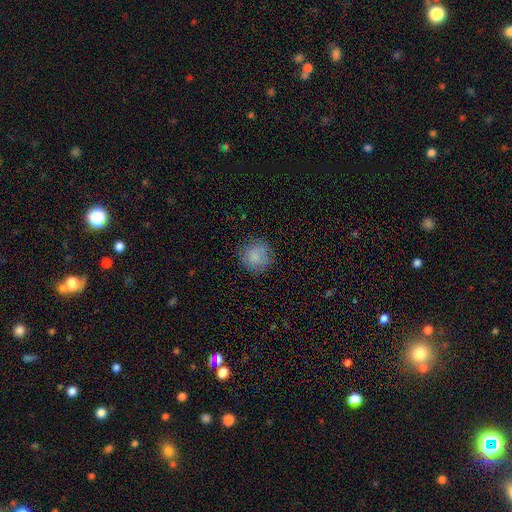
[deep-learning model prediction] Overall: smooth (81%). How rounded: round (91%). Merging: none (82%).